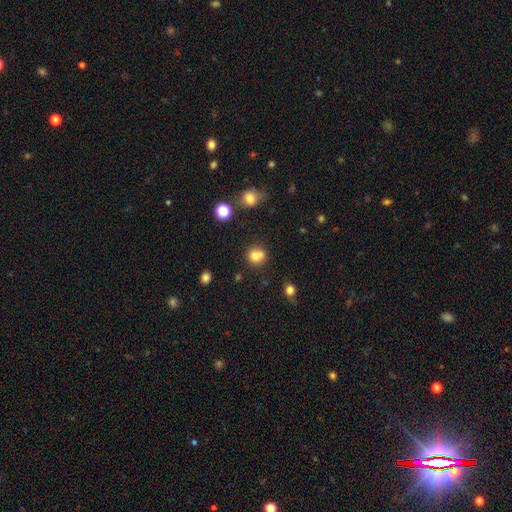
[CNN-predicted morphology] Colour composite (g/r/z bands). It shows a smooth galaxy with no disk features (75%) that is round (83%). Merging: none (51%).